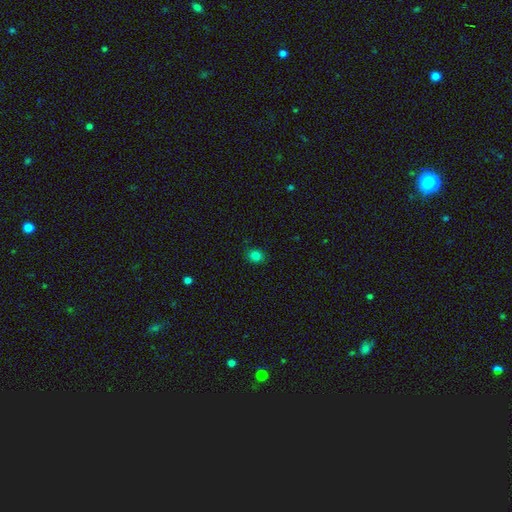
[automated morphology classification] smooth 81%, star or artifact 14%, featured or disk 4%. Down the decision tree: how rounded — round (71%); merging — none (87%).